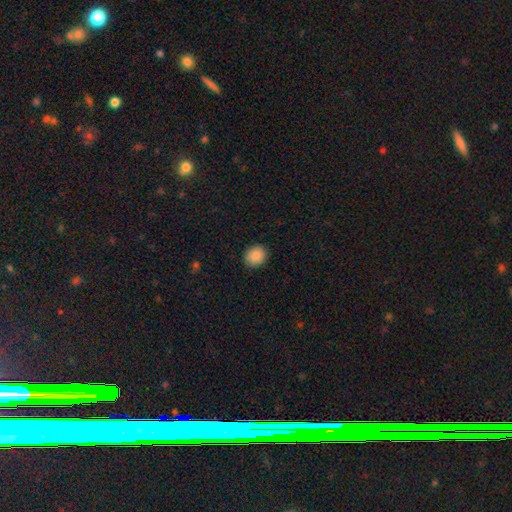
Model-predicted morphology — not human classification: type=smooth (87%); roundness=round (71%); merging=none (90%).